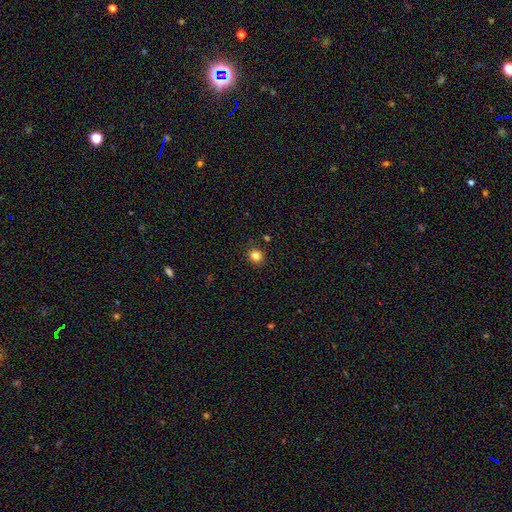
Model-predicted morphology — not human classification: smooth_or_featured: smooth (p=0.83) [alt: star or artifact p=0.12]
how_rounded: round (p=0.87) [alt: in between p=0.12]
merging: none (p=0.88) [alt: minor disturbance p=0.08]